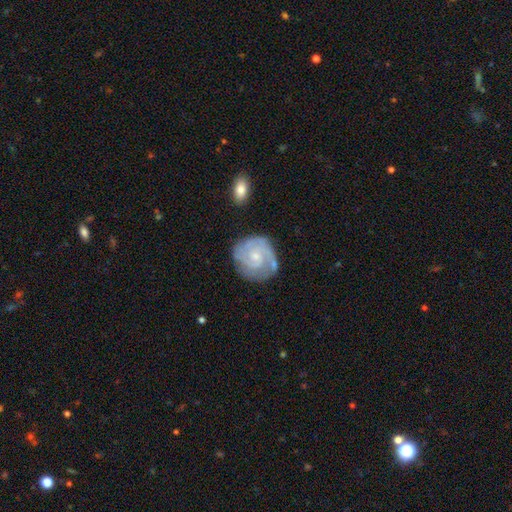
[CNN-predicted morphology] This appears to be a featured or disk galaxy (79%) with no bar (66%), 2 (43%) tight (65%) spiral arms (94%) and a small central bulge (69%). Merging: none (67%).